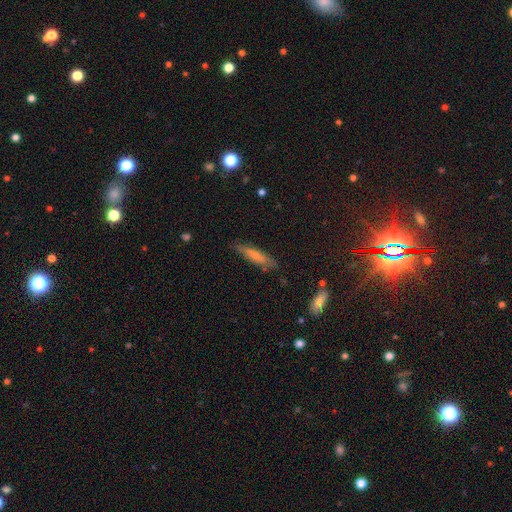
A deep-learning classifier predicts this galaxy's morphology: type=smooth (67%); roundness=cigar-shaped (77%); merging=none (79%).